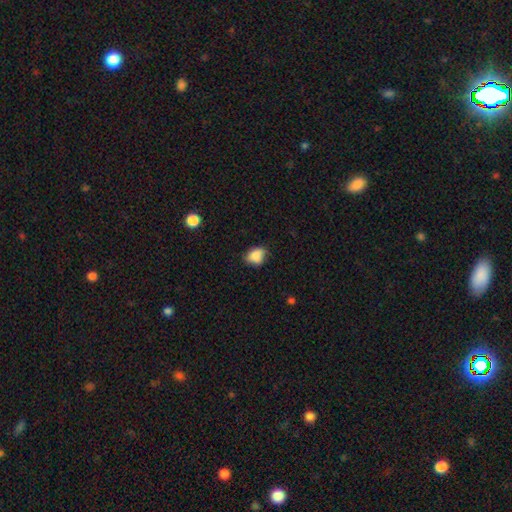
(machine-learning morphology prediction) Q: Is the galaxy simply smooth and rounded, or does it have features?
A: smooth — 84%.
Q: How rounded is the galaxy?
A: in between — 63%.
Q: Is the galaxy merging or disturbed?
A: none — 59%.